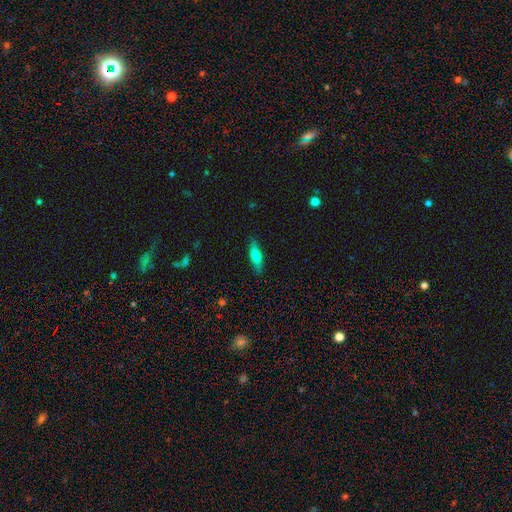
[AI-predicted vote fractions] This is likely a smooth galaxy (67%). How rounded: possibly cigar-shaped (58%). Merging: clearly none (87%).